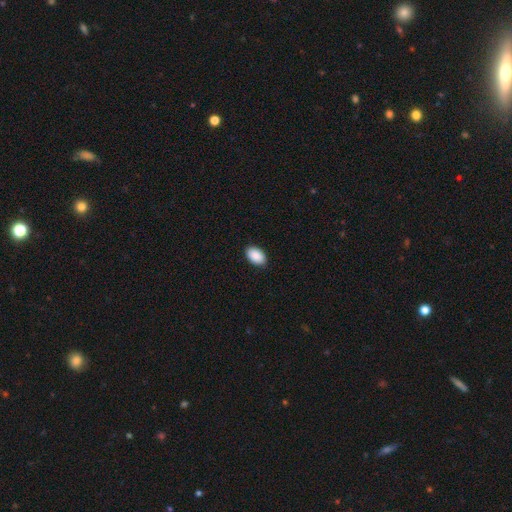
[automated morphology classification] Smooth or featured: smooth — 91% (star or artifact — 6%)
How rounded: in between — 91% (round — 8%)
Merging: none — 89% (minor disturbance — 8%)